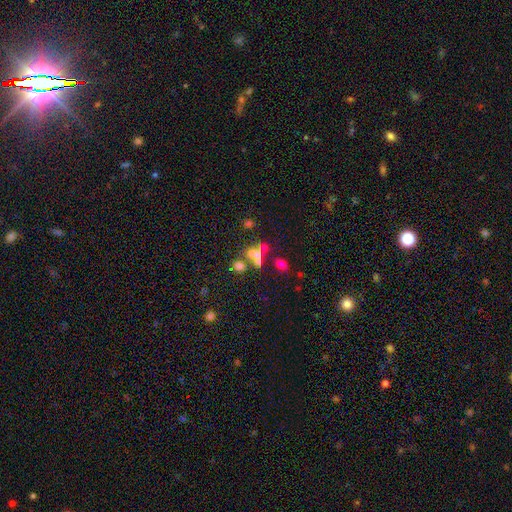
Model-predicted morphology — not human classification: Q: Smooth or featured?
A: smooth (51%); runner-up: star or artifact (29%)
Q: How rounded?
A: in between (51%); runner-up: round (44%)
Q: Merging?
A: merger (41%); runner-up: none (36%)